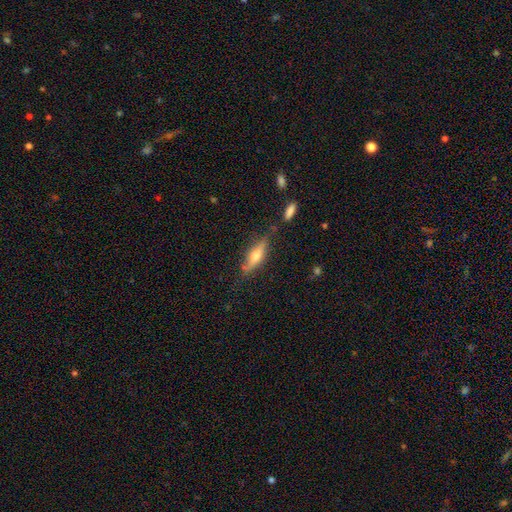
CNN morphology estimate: A featured or disk galaxy (52%) viewed edge-on (88%).

Vote fractions:
- Smooth or featured? featured or disk: 52% / smooth: 41% / star or artifact: 7%
- Edge-on disk? yes: 88% / no: 12%
- Merging? none: 70% / minor disturbance: 20% / major disturbance: 5% / merger: 5%